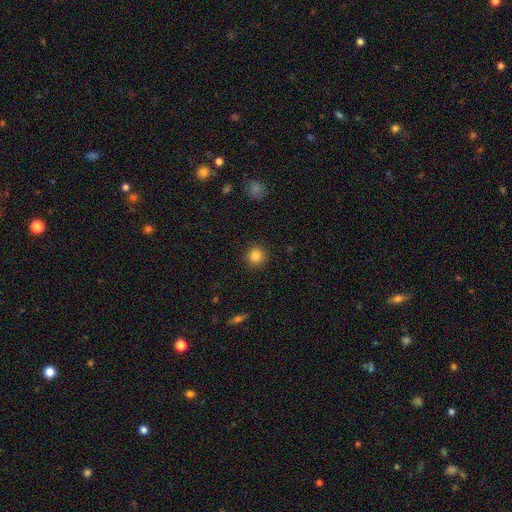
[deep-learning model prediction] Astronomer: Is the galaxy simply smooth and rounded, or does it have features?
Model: smooth — 84%.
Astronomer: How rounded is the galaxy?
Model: round — 94%.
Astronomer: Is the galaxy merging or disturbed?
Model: none — 91%.